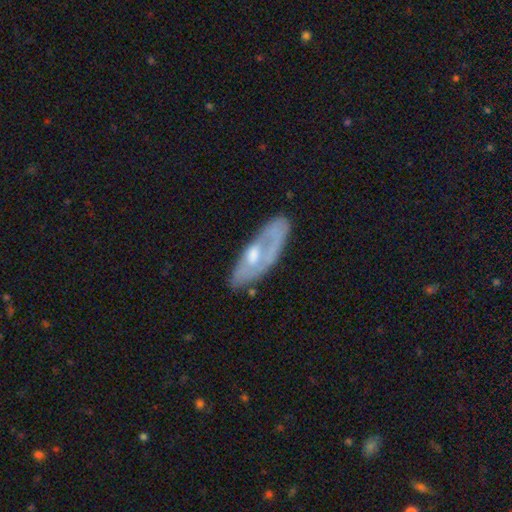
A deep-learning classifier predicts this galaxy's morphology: A featured or disk galaxy (59%).

Vote fractions:
- Smooth or featured? featured or disk: 59% / smooth: 35% / star or artifact: 6%
- Edge-on disk? no: 74% / yes: 26%
- Merging? none: 56% / minor disturbance: 25% / major disturbance: 16% / merger: 3%